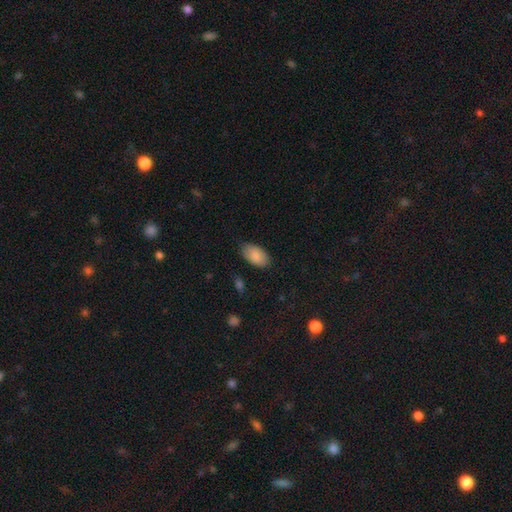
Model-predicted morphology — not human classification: Overall: smooth (87%). How rounded: in between (95%). Merging: none (83%).